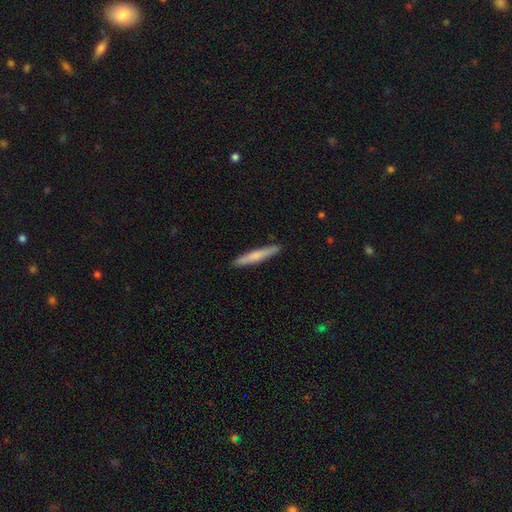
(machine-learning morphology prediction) Q: Smooth or featured?
A: smooth (68%); runner-up: featured or disk (27%)
Q: How rounded?
A: cigar-shaped (95%); runner-up: in between (4%)
Q: Merging?
A: none (90%); runner-up: minor disturbance (7%)